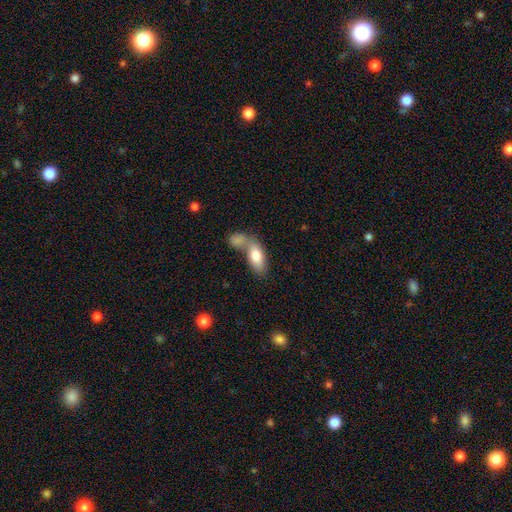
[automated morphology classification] Smooth or featured? Predicted: smooth (p=0.77). How rounded? Predicted: in between (p=0.87). Merging? Predicted: merger (p=0.53).